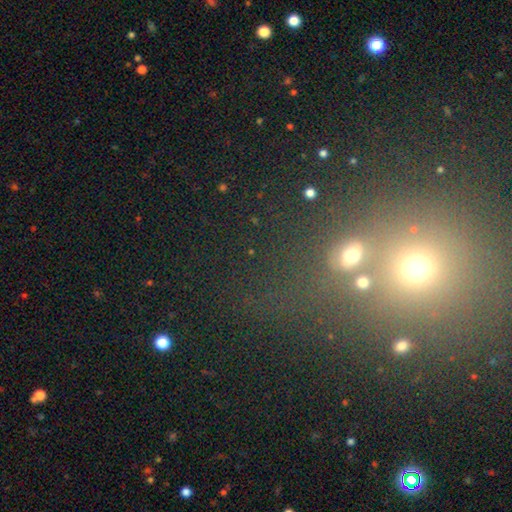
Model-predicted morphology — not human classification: smooth-or-featured: star or artifact: 57% | smooth: 34% | featured or disk: 9%